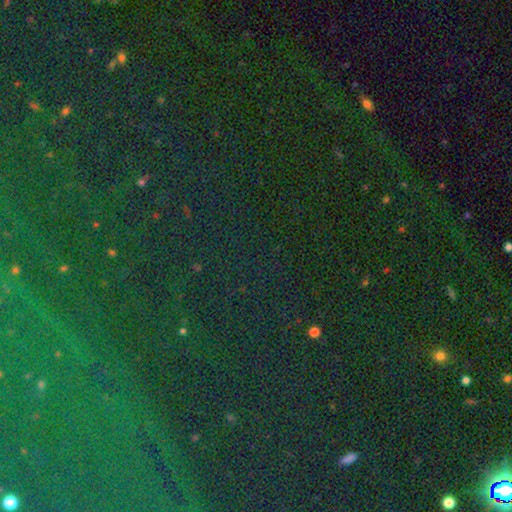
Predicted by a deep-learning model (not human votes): Smooth or featured: star or artifact — 82% (smooth — 10%)